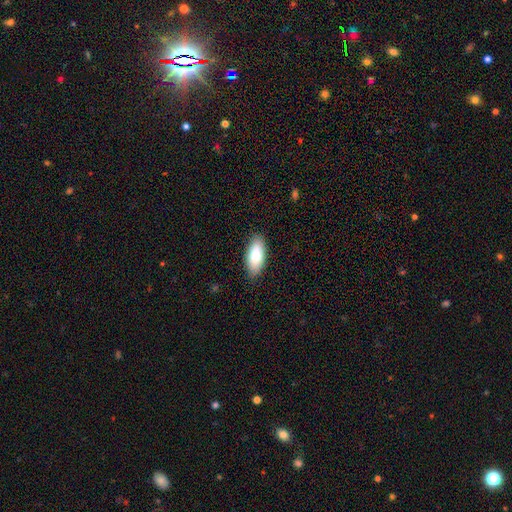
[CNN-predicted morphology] Smooth or featured? smooth (80%)
How rounded? in between (86%)
Merging? none (87%)